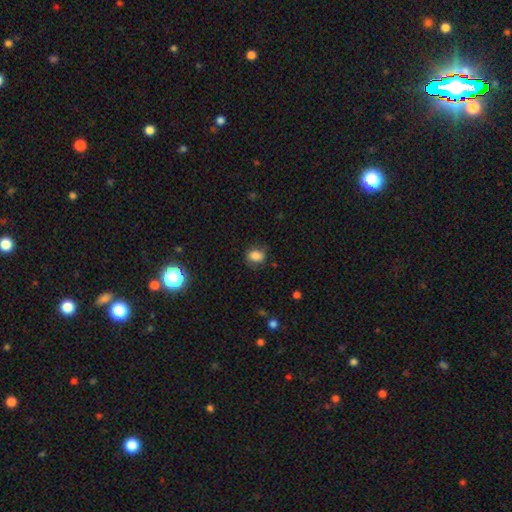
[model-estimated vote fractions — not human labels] The model was most divided on "how rounded": in between: 54%, round: 44%, cigar-shaped: 1%. More confident: smooth or featured — smooth (79%); merging — none (71%).